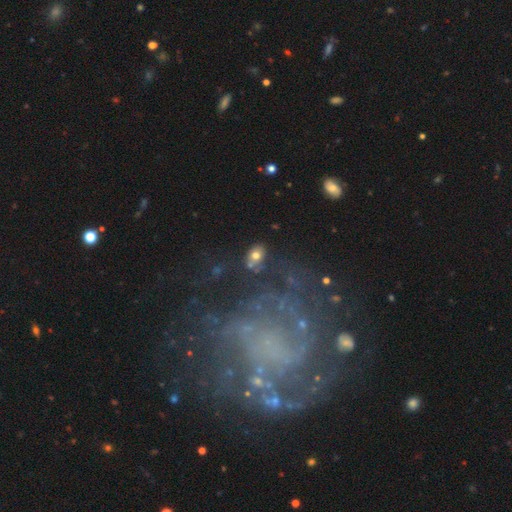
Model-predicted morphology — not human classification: type=smooth (69%); roundness=in between (76%); merging=none (66%).